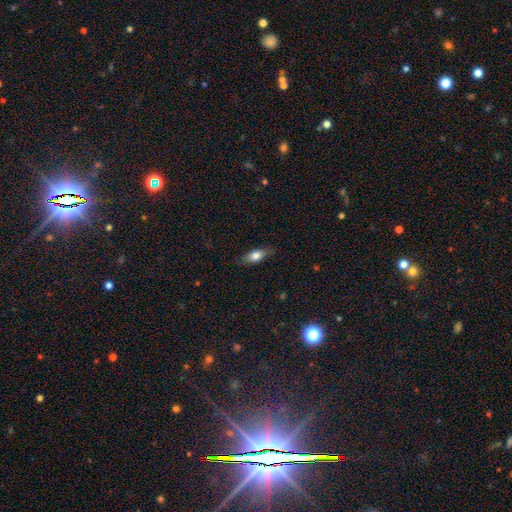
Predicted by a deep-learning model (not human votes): Q: Smooth or featured?
A: smooth (76%); runner-up: featured or disk (17%)
Q: How rounded?
A: in between (79%); runner-up: cigar-shaped (16%)
Q: Merging?
A: none (80%); runner-up: minor disturbance (16%)